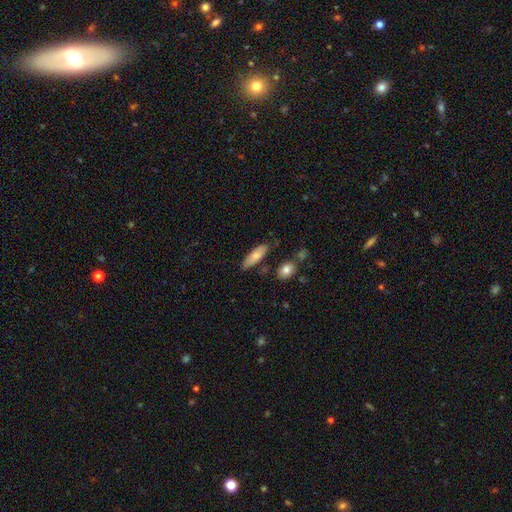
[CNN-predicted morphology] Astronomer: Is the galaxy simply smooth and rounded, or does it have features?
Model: smooth — 76%.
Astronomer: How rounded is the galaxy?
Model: in between — 61% (runner-up: cigar-shaped, 37%).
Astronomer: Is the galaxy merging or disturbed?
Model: none — 75%.